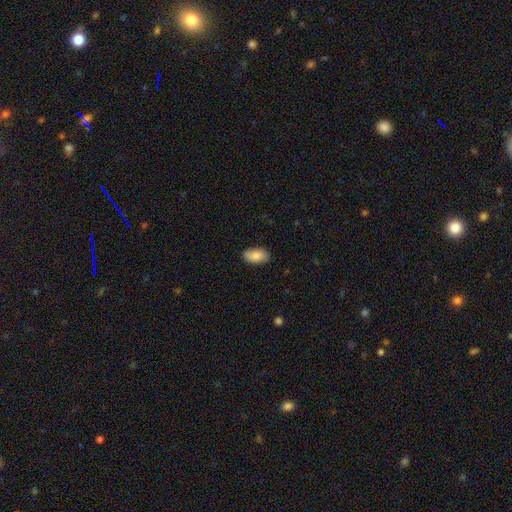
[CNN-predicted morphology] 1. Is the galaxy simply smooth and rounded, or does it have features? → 85% smooth, 8% featured or disk, 6% star or artifact.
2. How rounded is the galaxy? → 94% in between, 3% round, 2% cigar-shaped.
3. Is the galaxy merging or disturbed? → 87% none, 10% minor disturbance, 2% major disturbance, 1% merger.